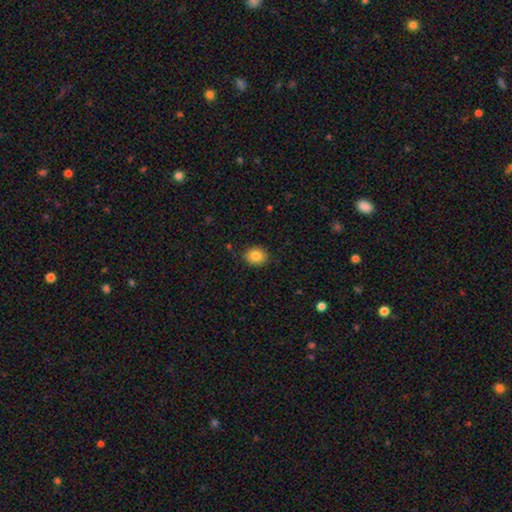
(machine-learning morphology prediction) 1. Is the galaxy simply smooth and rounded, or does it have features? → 84% smooth, 9% star or artifact, 7% featured or disk.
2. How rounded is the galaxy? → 60% round, 39% in between, 1% cigar-shaped.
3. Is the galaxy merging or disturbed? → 87% none, 10% minor disturbance, 2% major disturbance, 1% merger.